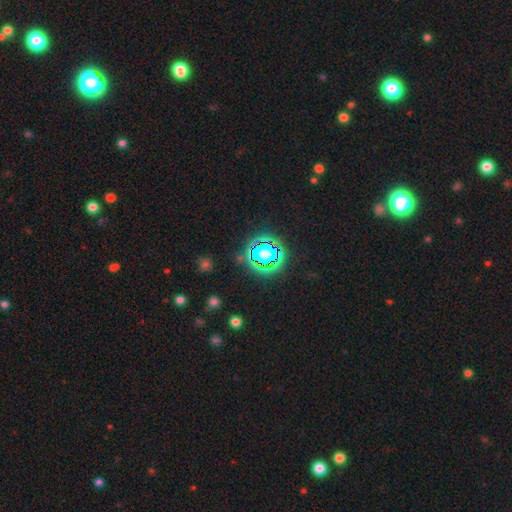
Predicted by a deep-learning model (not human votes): Smooth or featured? star or artifact (79%)